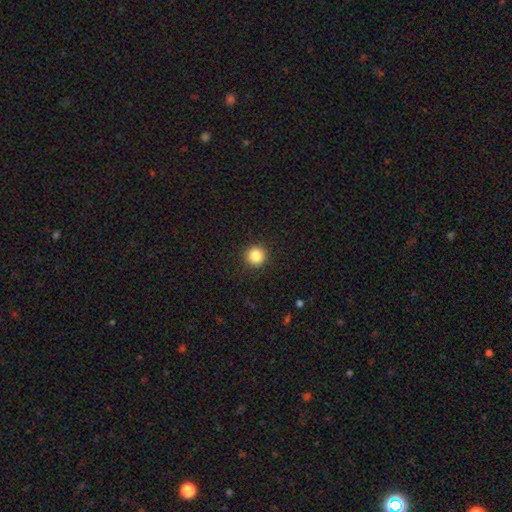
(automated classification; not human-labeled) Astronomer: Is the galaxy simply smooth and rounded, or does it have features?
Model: smooth — 86%.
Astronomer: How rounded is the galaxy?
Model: round — 95%.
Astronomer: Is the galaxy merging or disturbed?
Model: none — 92%.